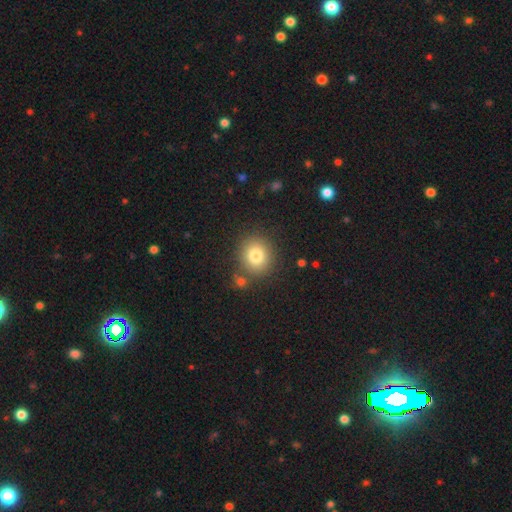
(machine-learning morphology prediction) smooth-or-featured: smooth: 80% | star or artifact: 11% | featured or disk: 9%
  how-rounded: round: 82% | in between: 17% | cigar-shaped: 1%
  merging: none: 81% | minor disturbance: 9% | merger: 6% | major disturbance: 3%